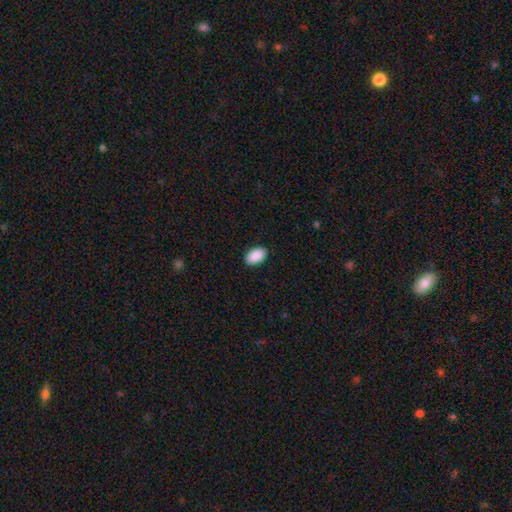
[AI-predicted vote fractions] Smooth or featured? smooth (91%)
How rounded? in between (94%)
Merging? none (89%)